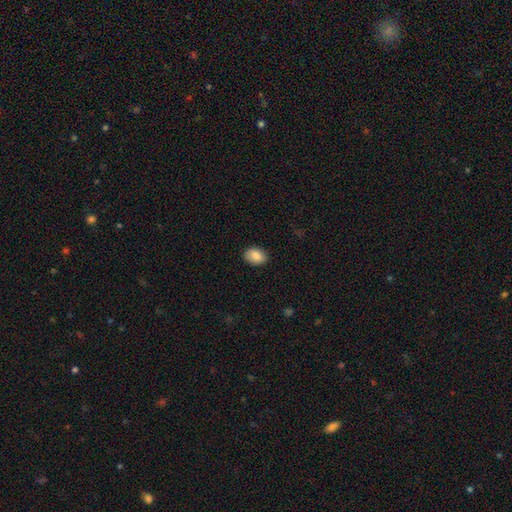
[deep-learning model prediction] Smooth or featured: smooth — 86% (star or artifact — 8%)
How rounded: in between — 73% (round — 26%)
Merging: none — 87% (minor disturbance — 10%)